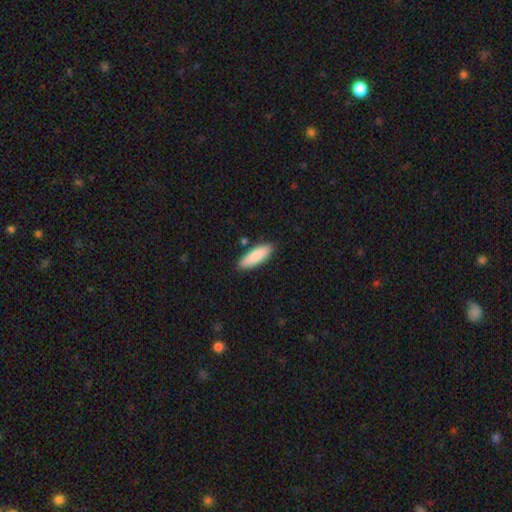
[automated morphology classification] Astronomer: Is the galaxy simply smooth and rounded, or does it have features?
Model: smooth — 87%.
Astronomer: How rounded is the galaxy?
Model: in between — 57% (runner-up: cigar-shaped, 41%).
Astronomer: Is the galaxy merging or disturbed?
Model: none — 85%.